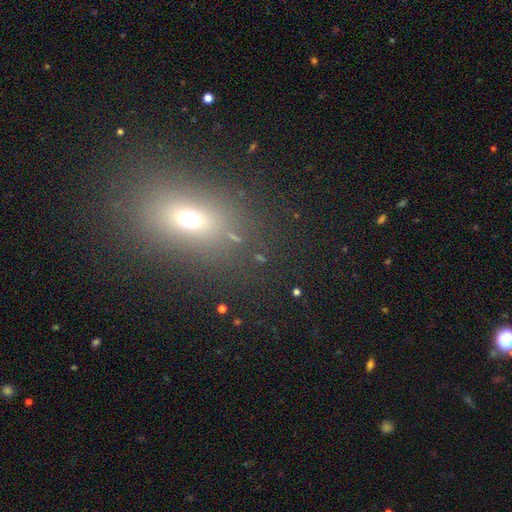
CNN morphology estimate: This appears to be a smooth galaxy with no disk features (55%) that is in between round and cigar-shaped (68%). Merging: none (83%).